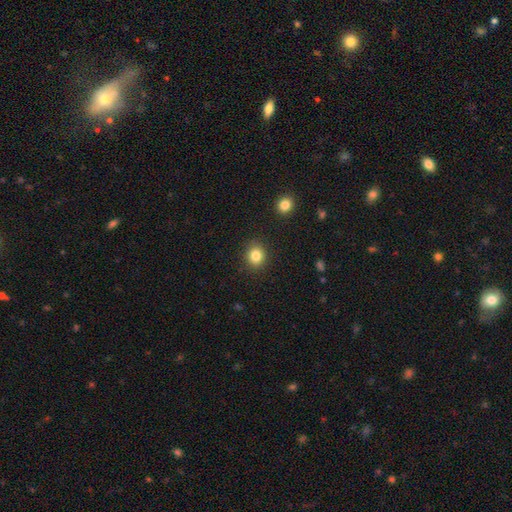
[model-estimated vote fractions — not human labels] Morphology: type=smooth (82%); roundness=round (77%); merging=none (89%).